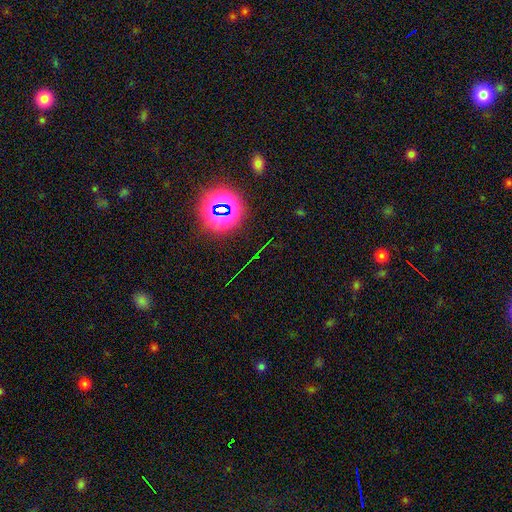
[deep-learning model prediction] A star or artifact, not a galaxy (77%).